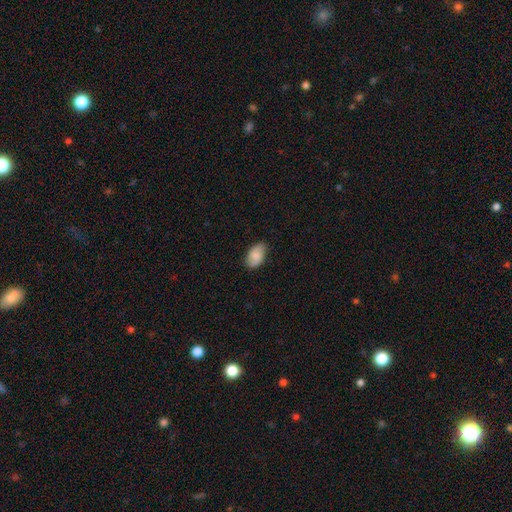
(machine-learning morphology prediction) This is clearly a smooth galaxy (82%). How rounded: clearly in between (93%). Merging: likely none (79%).